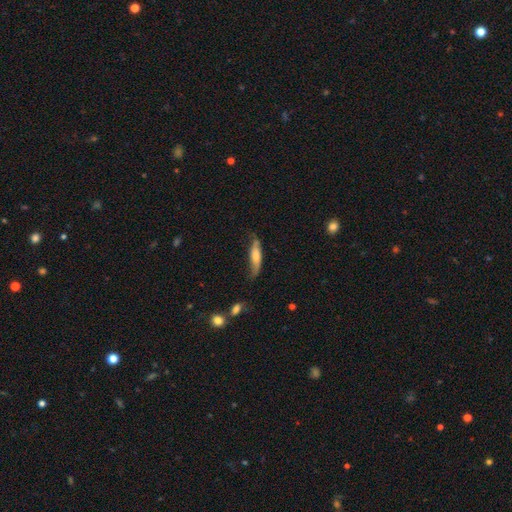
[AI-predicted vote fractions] Morphology: type=smooth (63%); roundness=cigar-shaped (66%); merging=none (54%).